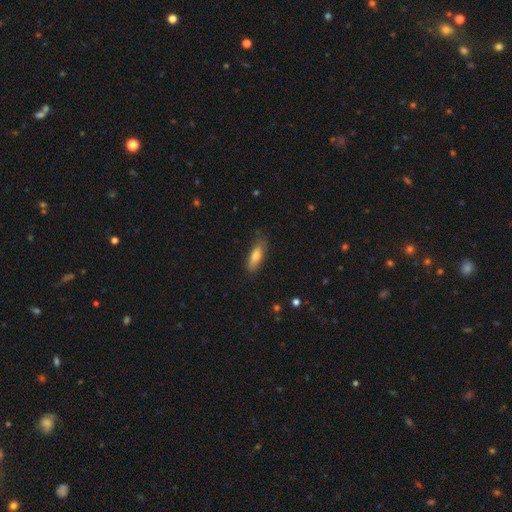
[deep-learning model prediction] smooth-or-featured: smooth: 75% | featured or disk: 18% | star or artifact: 6%
  how-rounded: in between: 55% | cigar-shaped: 43% | round: 2%
  merging: none: 76% | minor disturbance: 19% | major disturbance: 4% | merger: 1%